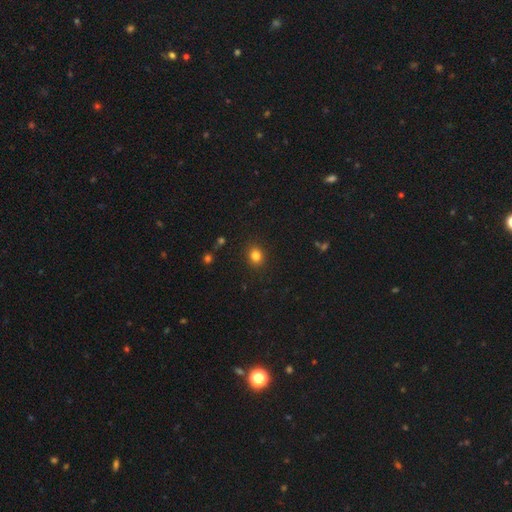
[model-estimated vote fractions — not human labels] Q: Smooth or featured?
A: smooth (83%); runner-up: star or artifact (12%)
Q: How rounded?
A: round (65%); runner-up: in between (34%)
Q: Merging?
A: none (89%); runner-up: minor disturbance (7%)